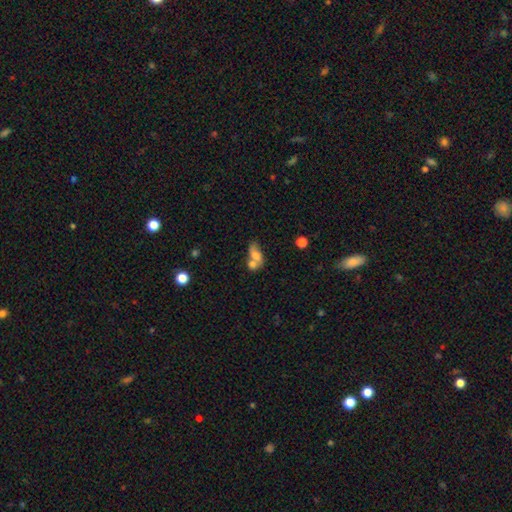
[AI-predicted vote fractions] Morphology: type=smooth (62%); roundness=in between (75%); merging=merger (60%).